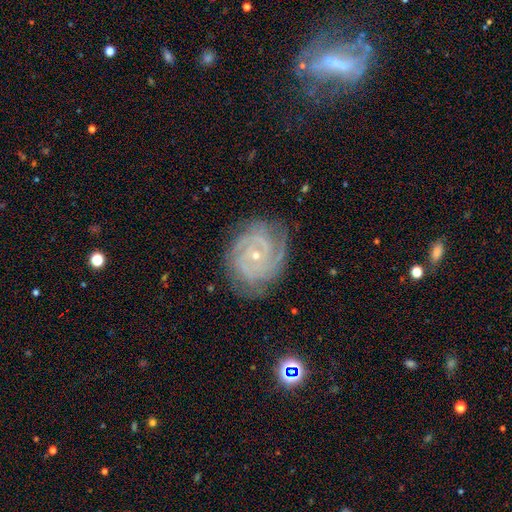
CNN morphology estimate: A featured or disk galaxy (89%) with no bar (72%), 3 (31%) tight (76%) spiral arms (98%) and a small central bulge (80%).

Vote fractions:
- Smooth or featured? featured or disk: 89% / star or artifact: 6% / smooth: 5%
- Edge-on disk? no: 98% / yes: 2%
- Bar? no: 72% / weak: 21% / strong: 6%
- Spiral arms? yes: 98% / no: 2%
- Spiral winding? tight: 76% / medium: 21% / loose: 3%
- Spiral arm count? 3: 31% / 2: 29% / can't tell: 16% / 4: 13% / more than 4: 6% / 1: 6%
- Bulge size? small: 80% / moderate: 17% / none: 1% / large: 1% / dominant: 1%
- Merging? none: 77% / minor disturbance: 17% / major disturbance: 5% / merger: 1%